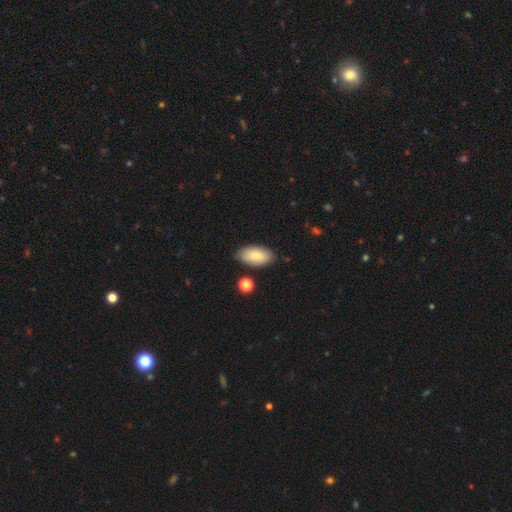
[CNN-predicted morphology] Smooth or featured? Predicted: smooth (p=0.82). How rounded? Predicted: in between (p=0.94). Merging? Predicted: none (p=0.81).